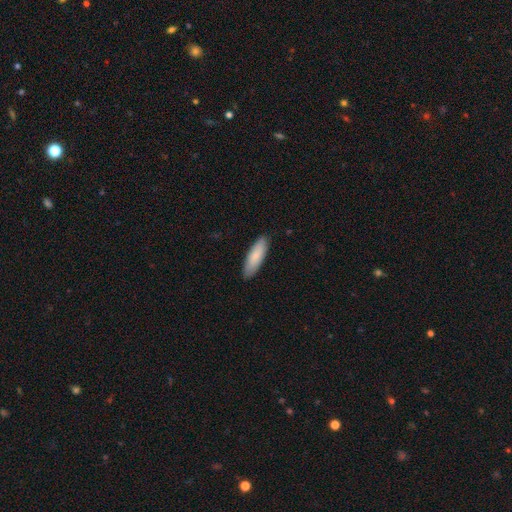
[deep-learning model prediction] Smooth or featured?
  - smooth: 85% *
  - featured or disk: 10%
  - star or artifact: 5%
How rounded?
  - cigar-shaped: 50% *
  - in between: 49%
  - round: 1%
Merging?
  - none: 89% *
  - minor disturbance: 9%
  - major disturbance: 2%
  - merger: 1%